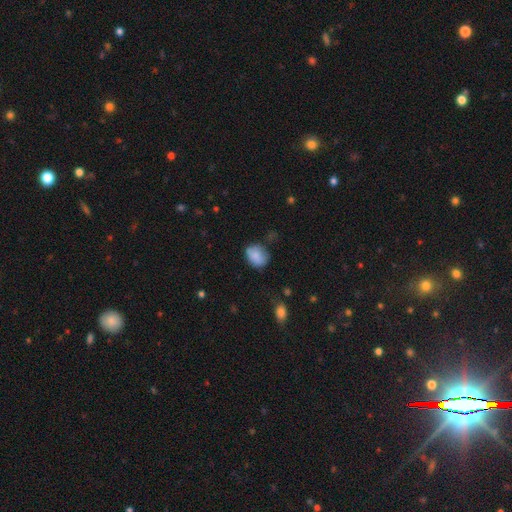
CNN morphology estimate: smooth 82%, featured or disk 9%, star or artifact 8%. Down the decision tree: how rounded — in between (58%); merging — none (59%).